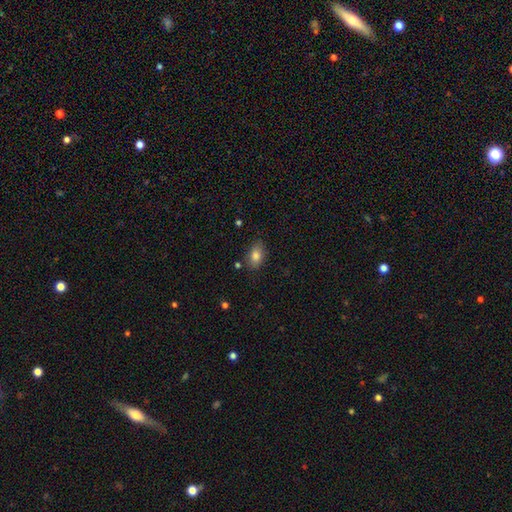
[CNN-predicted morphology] A smooth galaxy with no disk features (83%) that is in between round and cigar-shaped (85%).

Vote fractions:
- Smooth or featured? smooth: 83% / star or artifact: 9% / featured or disk: 9%
- How rounded? in between: 85% / round: 13% / cigar-shaped: 2%
- Merging? none: 78% / minor disturbance: 16% / major disturbance: 3% / merger: 3%